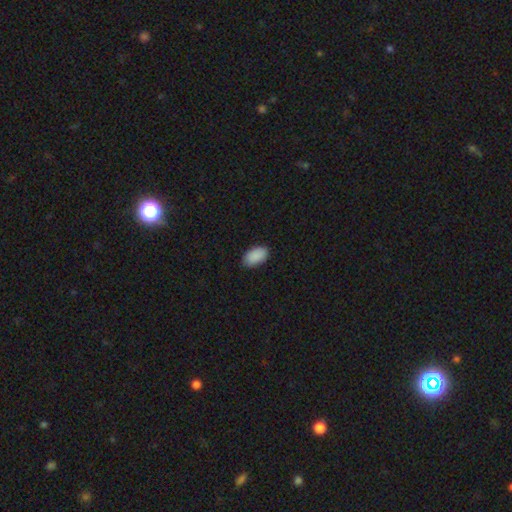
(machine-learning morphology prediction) This is clearly a smooth galaxy (90%). How rounded: clearly in between (95%). Merging: clearly none (83%).